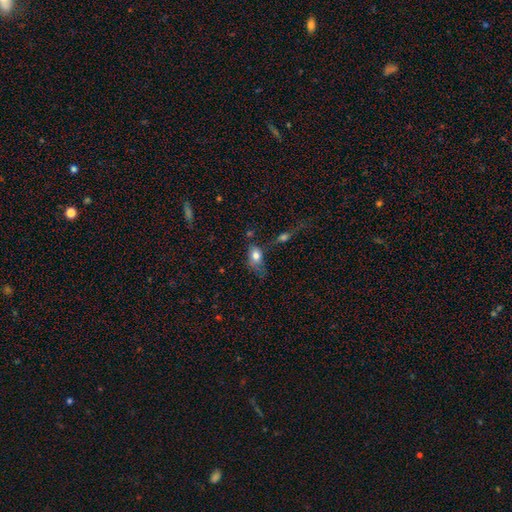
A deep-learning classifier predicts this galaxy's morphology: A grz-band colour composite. It shows a smooth galaxy with no disk features (78%) that is in between round and cigar-shaped (82%). Merging: none (34%).